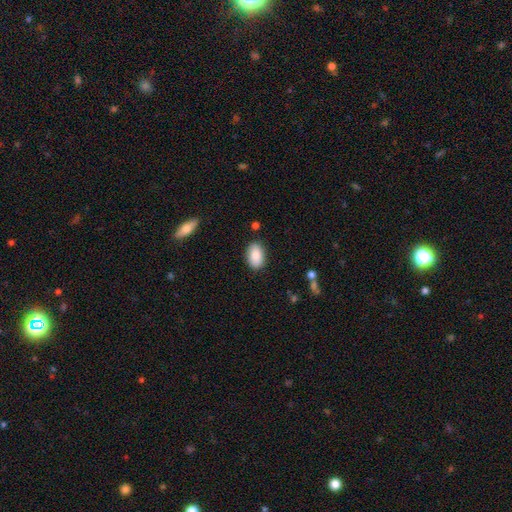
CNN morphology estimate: Overall: smooth (87%). How rounded: in between (91%). Merging: none (86%).